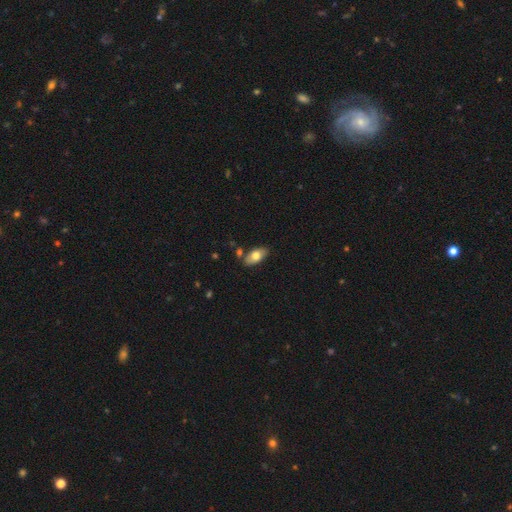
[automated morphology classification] smooth_or_featured: smooth (p=0.71) [alt: featured or disk p=0.23]
how_rounded: in between (p=0.92) [alt: round p=0.04]
merging: none (p=0.76) [alt: minor disturbance p=0.15]